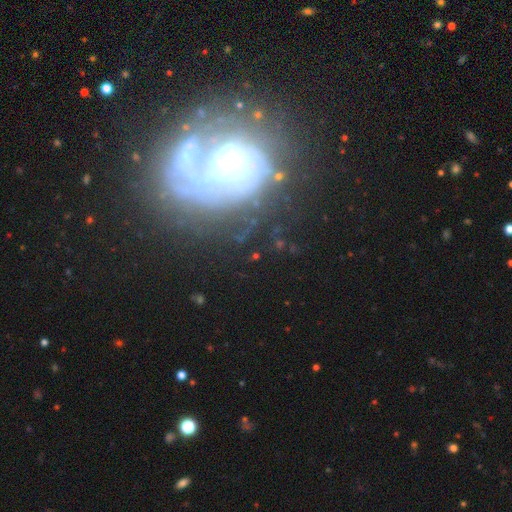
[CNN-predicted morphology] Smooth or featured? Predicted: featured or disk (p=0.68). Edge-on disk? Predicted: no (p=0.93). Bar? Predicted: no (p=0.65). Spiral arms? Predicted: yes (p=0.68). Bulge size? Predicted: moderate (p=0.38). Merging? Predicted: none (p=0.60).